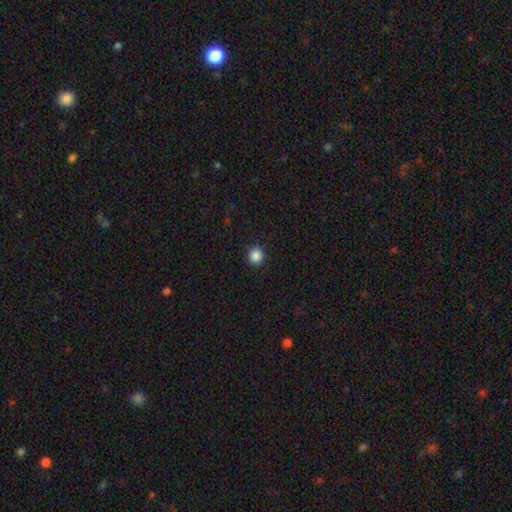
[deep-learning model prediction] A smooth galaxy with no disk features (87%) that is round (91%).

Vote fractions:
- Smooth or featured? smooth: 87% / star or artifact: 10% / featured or disk: 3%
- How rounded? round: 91% / in between: 8% / cigar-shaped: 1%
- Merging? none: 93% / minor disturbance: 5% / major disturbance: 2% / merger: 1%